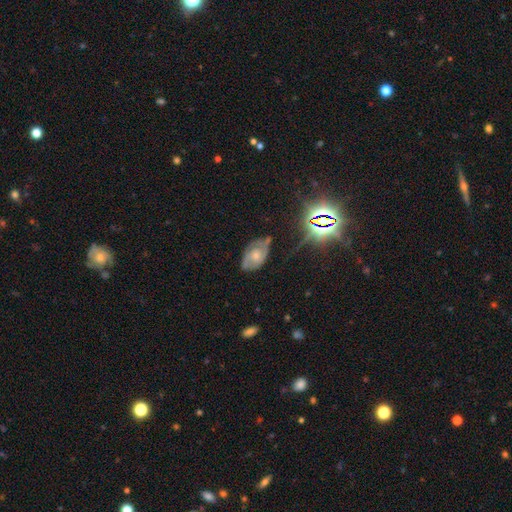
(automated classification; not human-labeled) Smooth or featured: featured or disk — 58% (smooth — 30%)
Edge-on disk: no — 94% (yes — 6%)
Bar: no — 75% (weak — 21%)
Spiral arms: yes — 74% (no — 26%)
Bulge size: small — 47% (moderate — 43%)
Merging: none — 60% (minor disturbance — 28%)